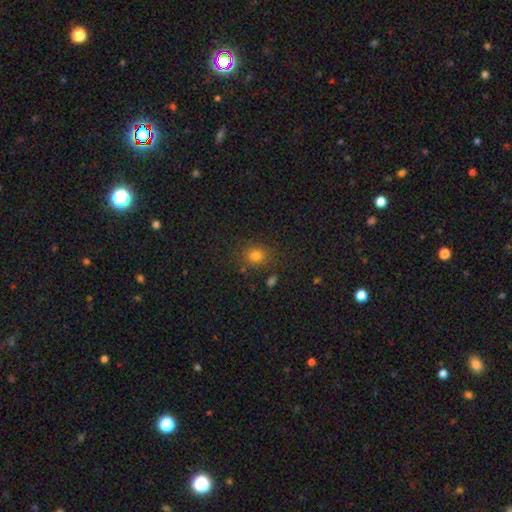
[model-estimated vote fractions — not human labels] Smooth or featured?
  - smooth: 77% *
  - star or artifact: 16%
  - featured or disk: 7%
How rounded?
  - round: 68% *
  - in between: 31%
  - cigar-shaped: 1%
Merging?
  - none: 80% *
  - minor disturbance: 12%
  - major disturbance: 4%
  - merger: 4%